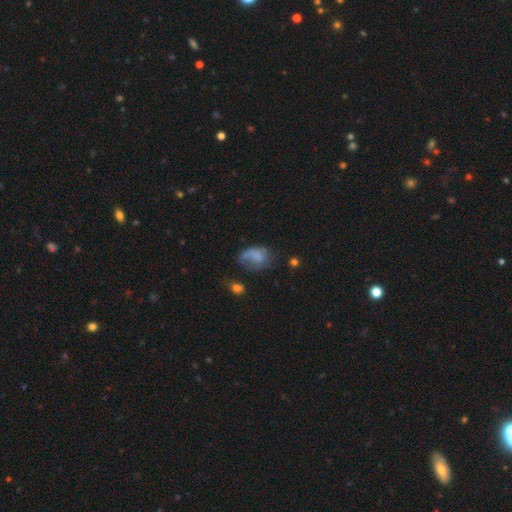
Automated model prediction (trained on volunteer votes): Smooth or featured: smooth — 62% (featured or disk — 26%)
How rounded: in between — 74% (round — 25%)
Merging: major disturbance — 36% (none — 30%)